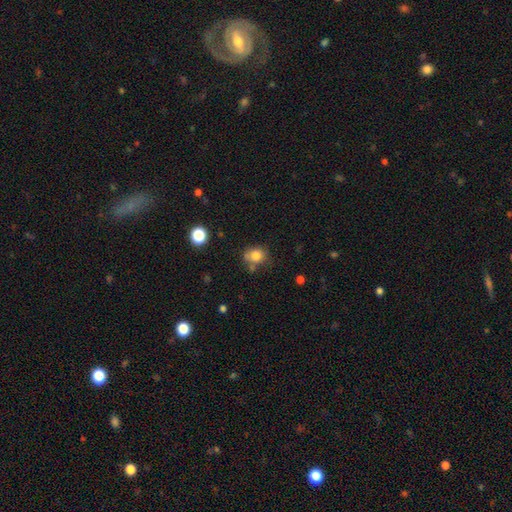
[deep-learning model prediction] The model was most divided on "how rounded": round: 68%, in between: 31%, cigar-shaped: 1%. More confident: smooth or featured — smooth (79%); merging — none (60%).